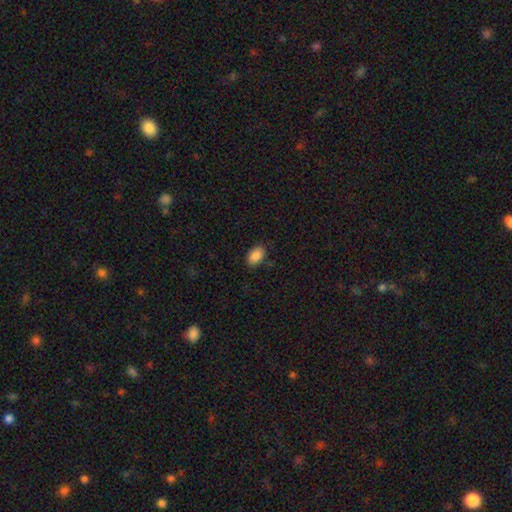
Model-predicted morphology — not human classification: smooth 88%, star or artifact 8%, featured or disk 4%. Down the decision tree: how rounded — in between (89%); merging — none (86%).